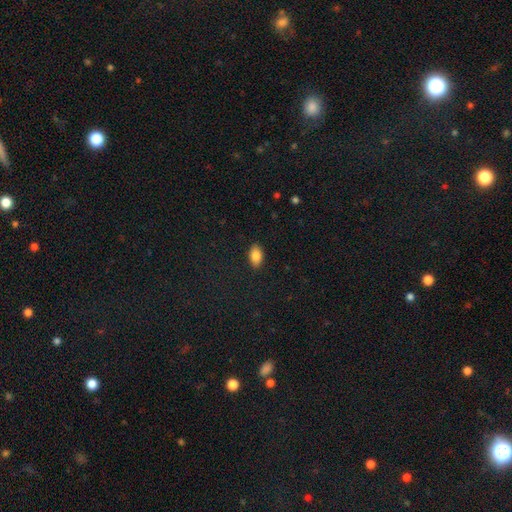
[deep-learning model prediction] This appears to be a smooth galaxy with no disk features (85%) that is in between round and cigar-shaped (91%). Merging: none (89%).